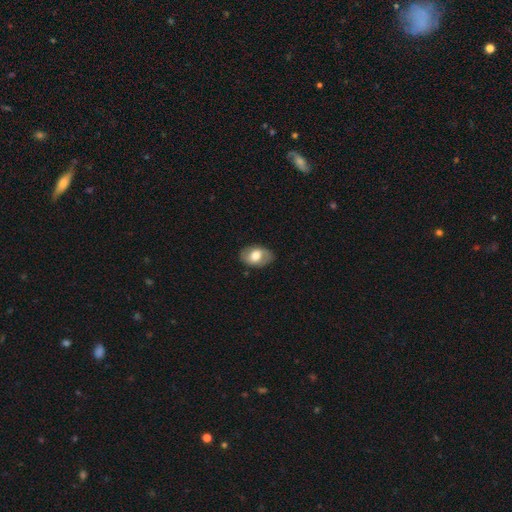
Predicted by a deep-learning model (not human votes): A smooth galaxy with no disk features (59%) that is in between round and cigar-shaped (84%).

Vote fractions:
- Smooth or featured? smooth: 59% / featured or disk: 34% / star or artifact: 7%
- How rounded? in between: 84% / round: 15% / cigar-shaped: 1%
- Merging? none: 80% / minor disturbance: 15% / major disturbance: 4% / merger: 1%